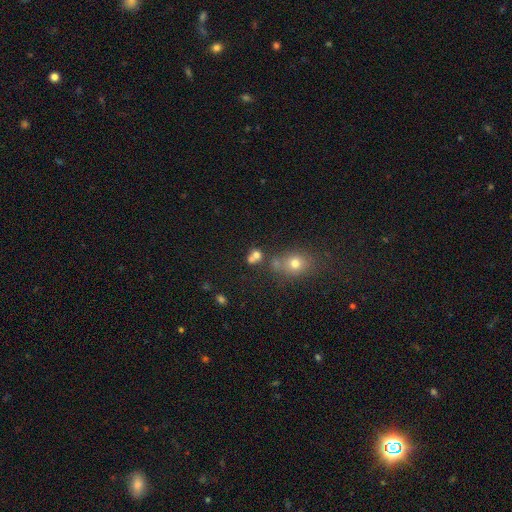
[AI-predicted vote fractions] A smooth galaxy with no disk features (69%) that is round (74%). Merging: none (47%).